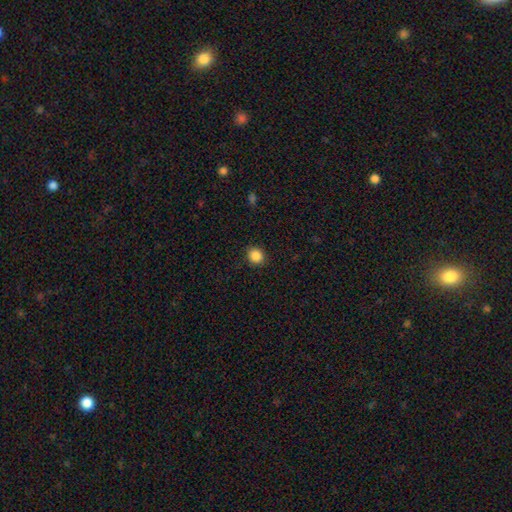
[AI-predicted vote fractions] Smooth or featured: smooth — 87% (star or artifact — 10%)
How rounded: round — 77% (in between — 22%)
Merging: none — 91% (minor disturbance — 6%)